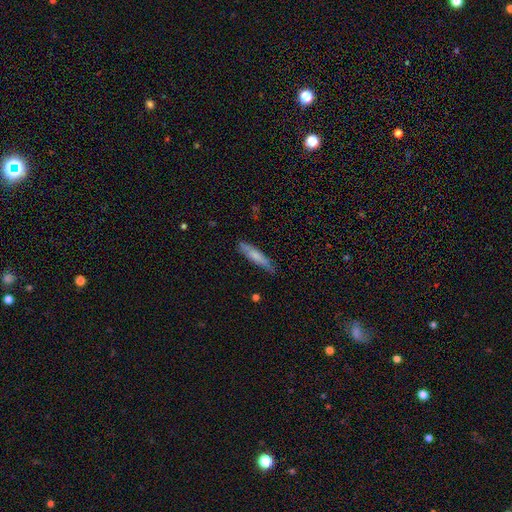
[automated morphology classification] A smooth galaxy with no disk features (69%) that is cigar-shaped (85%).

Vote fractions:
- Smooth or featured? smooth: 69% / featured or disk: 25% / star or artifact: 6%
- How rounded? cigar-shaped: 85% / in between: 13% / round: 1%
- Merging? none: 79% / minor disturbance: 17% / major disturbance: 3% / merger: 1%